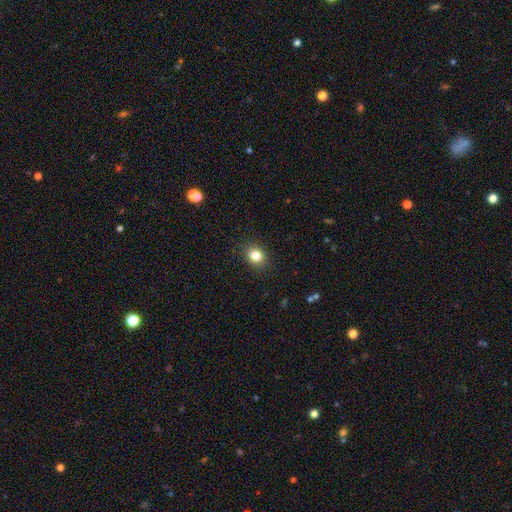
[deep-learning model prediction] Overall: smooth (83%). How rounded: round (61%; in between 38%). Merging: none (89%).